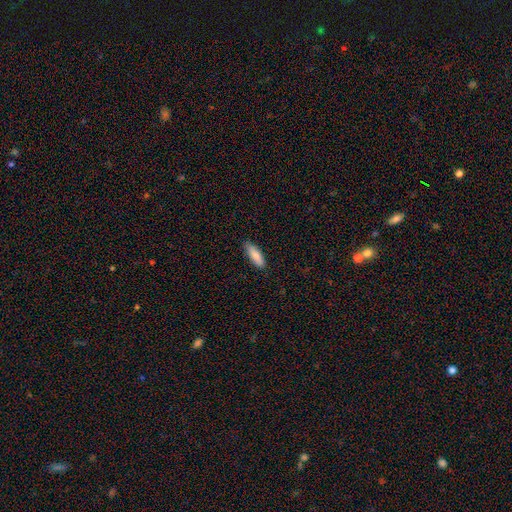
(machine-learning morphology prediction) This is clearly a smooth galaxy (85%). How rounded: possibly in between (53%). Merging: clearly none (86%).